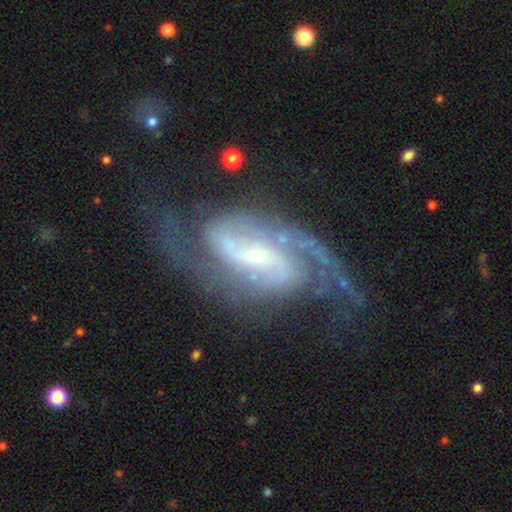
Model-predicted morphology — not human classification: Smooth or featured: featured or disk — 91% (star or artifact — 5%)
Edge-on disk: no — 96% (yes — 4%)
Bar: weak — 48% (no — 26%)
Spiral arms: yes — 98% (no — 2%)
Spiral winding: medium — 51% (tight — 30%)
Spiral arm count: 2 — 72% (3 — 9%)
Bulge size: small — 54% (moderate — 33%)
Merging: none — 64% (minor disturbance — 18%)